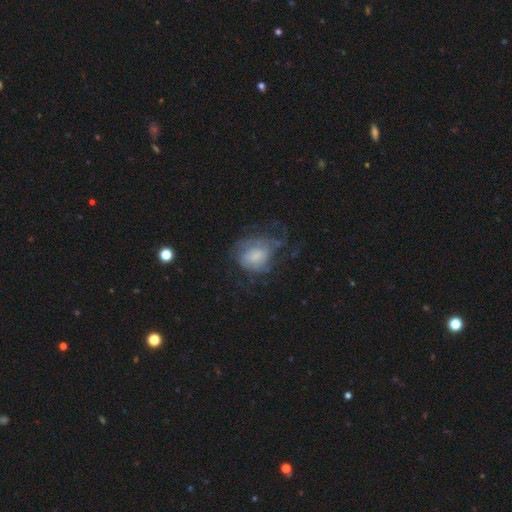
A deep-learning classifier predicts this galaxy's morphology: Overall: featured or disk (55%; smooth 35%). Edge-on disk: no (97%). Bar: no (58%; weak 36%). Spiral arms: yes (69%; no 31%). Bulge size: small (32%; moderate 31%). Merging: none (41%; major disturbance 33%).